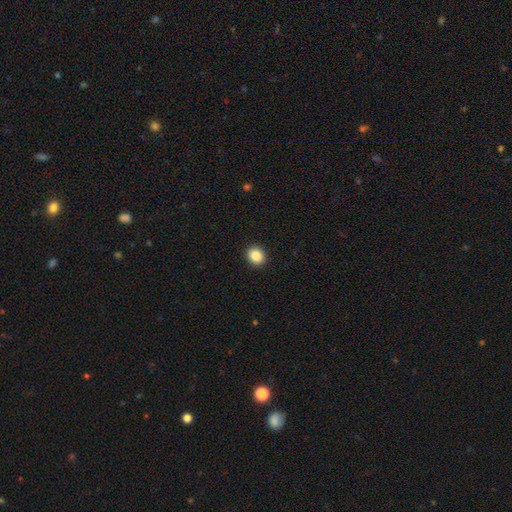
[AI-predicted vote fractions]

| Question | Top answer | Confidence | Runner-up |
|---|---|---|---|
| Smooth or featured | smooth | 88% | star or artifact (9%) |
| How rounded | round | 75% | in between (24%) |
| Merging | none | 92% | minor disturbance (5%) |